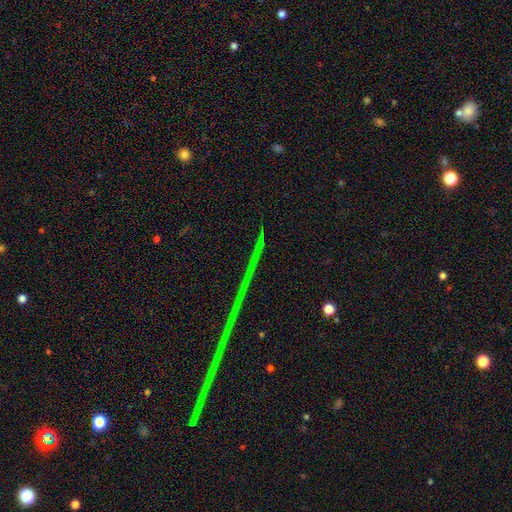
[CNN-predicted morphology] Smooth or featured? star or artifact (83%)